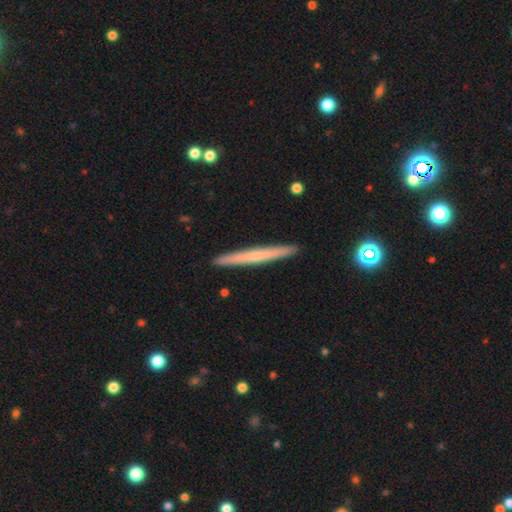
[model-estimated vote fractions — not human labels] Smooth or featured?
  - smooth: 48% *
  - featured or disk: 47%
  - star or artifact: 6%
Merging?
  - none: 92% *
  - minor disturbance: 5%
  - merger: 1%
  - major disturbance: 1%